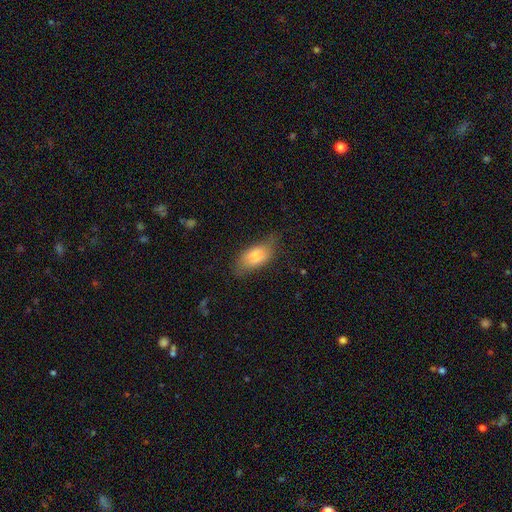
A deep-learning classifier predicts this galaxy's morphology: This is likely a smooth galaxy (75%). How rounded: clearly in between (88%). Merging: likely none (64%).